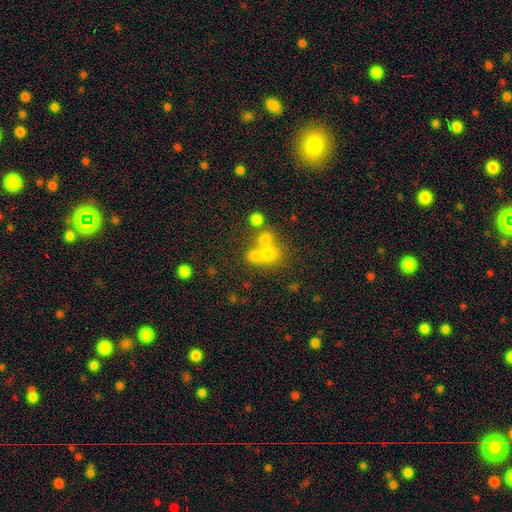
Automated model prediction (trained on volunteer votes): This appears to be a smooth galaxy with no disk features (62%) that is round (71%). Merging: merger (49%).